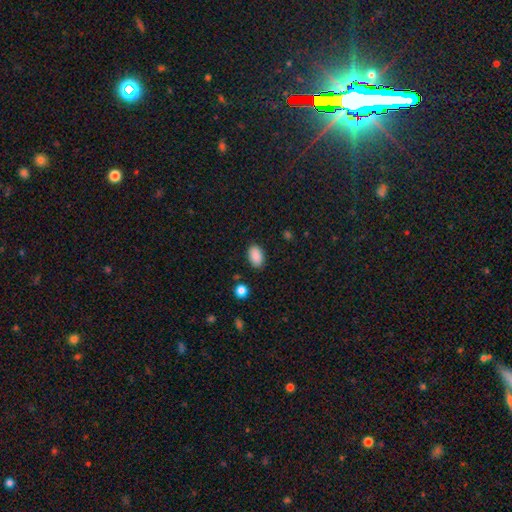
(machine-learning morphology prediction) type=smooth (89%); roundness=in between (91%); merging=none (86%).